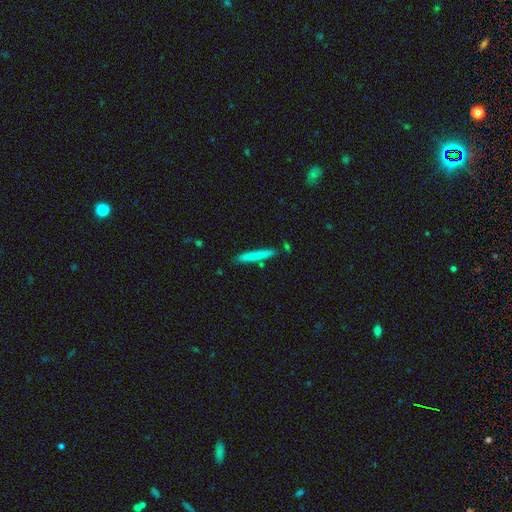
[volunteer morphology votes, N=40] Smooth or featured? 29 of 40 (72%) said smooth. How rounded? 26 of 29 (90%) said cigar-shaped. Merging? 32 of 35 (91%) said none.